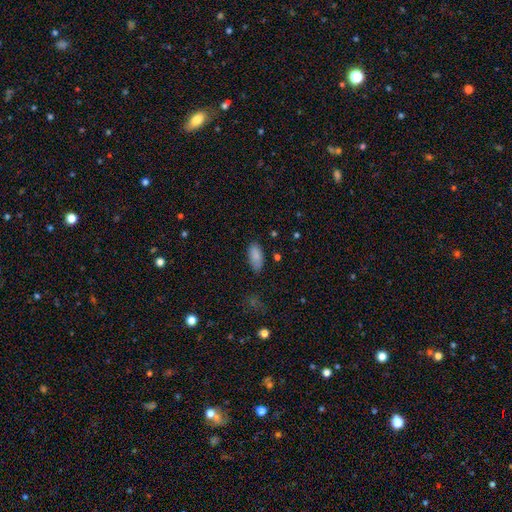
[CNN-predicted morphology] Q: Smooth or featured?
A: smooth (86%); runner-up: star or artifact (8%)
Q: How rounded?
A: in between (90%); runner-up: cigar-shaped (7%)
Q: Merging?
A: none (76%); runner-up: minor disturbance (18%)